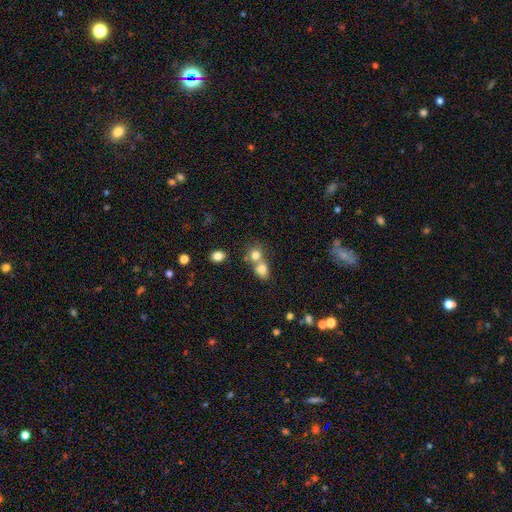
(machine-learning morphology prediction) smooth-or-featured: smooth: 79% | star or artifact: 11% | featured or disk: 10%
  how-rounded: round: 68% | in between: 30% | cigar-shaped: 1%
  merging: merger: 54% | none: 37% | minor disturbance: 7% | major disturbance: 3%